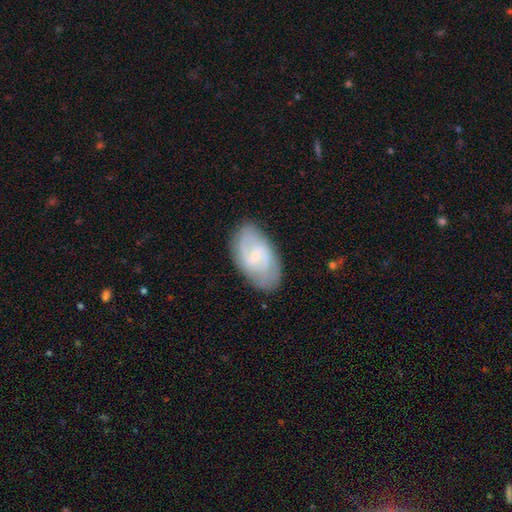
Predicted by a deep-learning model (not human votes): featured or disk 74%, smooth 20%, star or artifact 6%. Down the decision tree: edge-on disk — no (96%); bar — weak (47%); spiral arms — yes (90%); spiral arm count — 2 (60%); spiral winding — tight (43%); bulge size — small (77%); merging — none (81%).